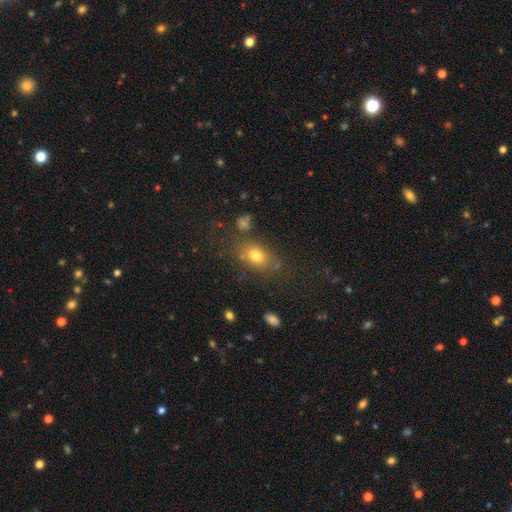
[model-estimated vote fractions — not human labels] Smooth or featured: smooth — 74% (star or artifact — 14%)
How rounded: in between — 72% (round — 25%)
Merging: none — 72% (minor disturbance — 14%)